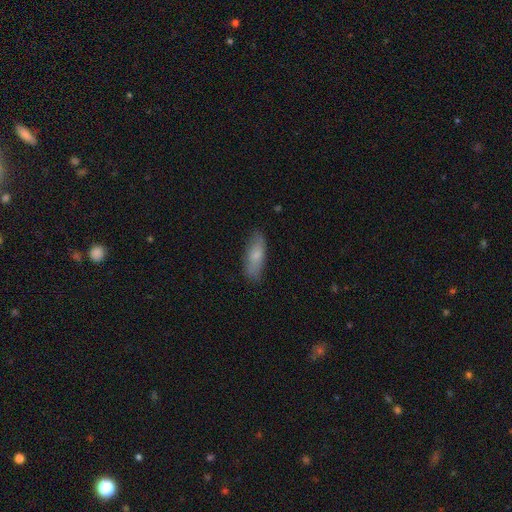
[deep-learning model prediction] smooth 76%, featured or disk 17%, star or artifact 6%. Down the decision tree: how rounded — in between (60%); merging — none (80%).